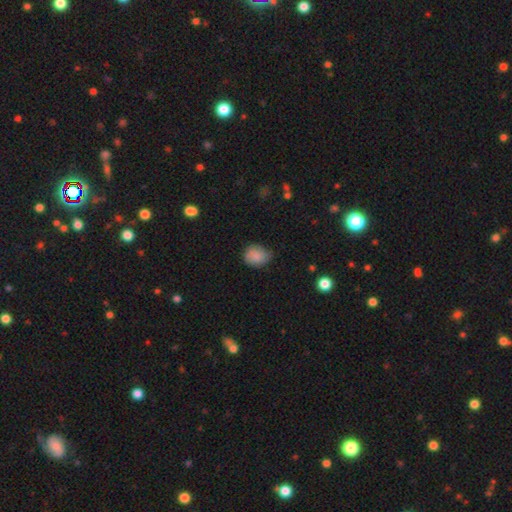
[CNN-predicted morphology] type=smooth (84%); roundness=round (54%); merging=none (60%).